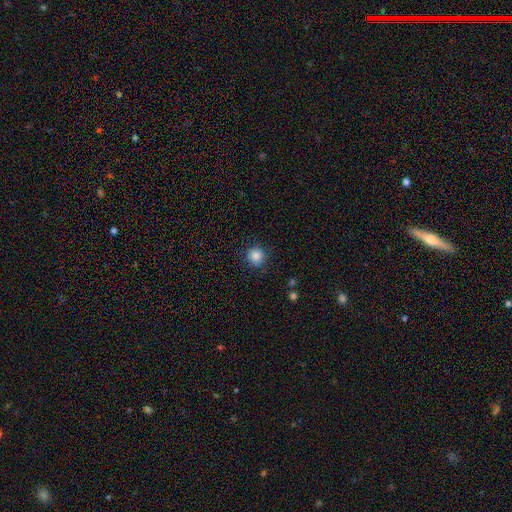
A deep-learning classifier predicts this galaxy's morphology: A smooth galaxy with no disk features (85%) that is round (93%).

Vote fractions:
- Smooth or featured? smooth: 85% / star or artifact: 10% / featured or disk: 4%
- How rounded? round: 93% / in between: 6% / cigar-shaped: 1%
- Merging? none: 89% / minor disturbance: 8% / major disturbance: 2% / merger: 1%